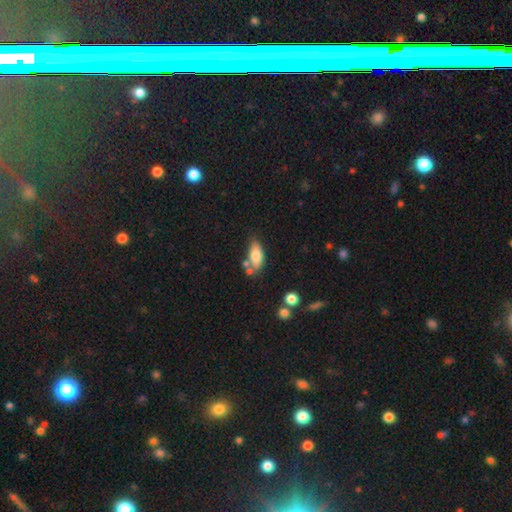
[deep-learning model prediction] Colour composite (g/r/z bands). It shows a smooth galaxy with no disk features (75%) that is in between round and cigar-shaped (82%). Merging: none (59%).